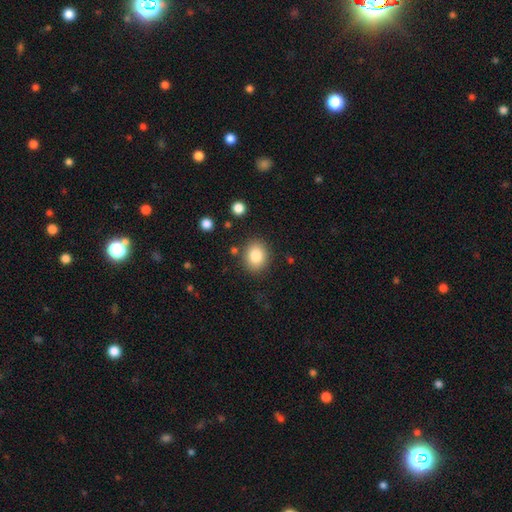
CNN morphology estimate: Q: Smooth or featured?
A: smooth (84%); runner-up: star or artifact (9%)
Q: How rounded?
A: round (62%); runner-up: in between (38%)
Q: Merging?
A: none (85%); runner-up: minor disturbance (10%)